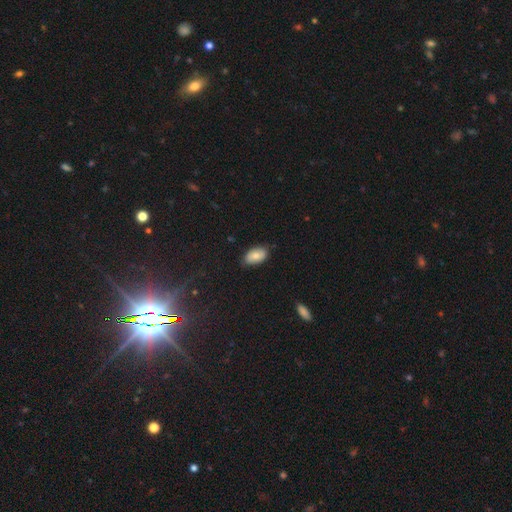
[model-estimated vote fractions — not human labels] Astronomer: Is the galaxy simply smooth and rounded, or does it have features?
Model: smooth — 76%.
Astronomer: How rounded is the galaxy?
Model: in between — 93%.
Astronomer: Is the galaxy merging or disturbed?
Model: none — 78%.